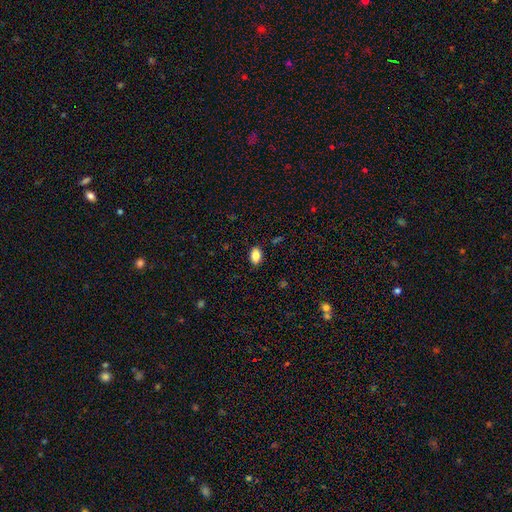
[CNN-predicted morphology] Q: Smooth or featured?
A: smooth (86%); runner-up: star or artifact (9%)
Q: How rounded?
A: in between (87%); runner-up: round (12%)
Q: Merging?
A: none (88%); runner-up: minor disturbance (9%)